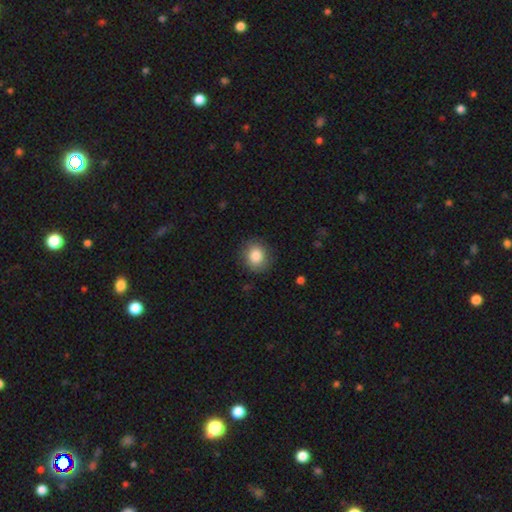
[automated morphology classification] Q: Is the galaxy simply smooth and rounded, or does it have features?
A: smooth — 85%.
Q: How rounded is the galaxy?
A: round — 78%.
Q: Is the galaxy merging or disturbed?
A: none — 86%.